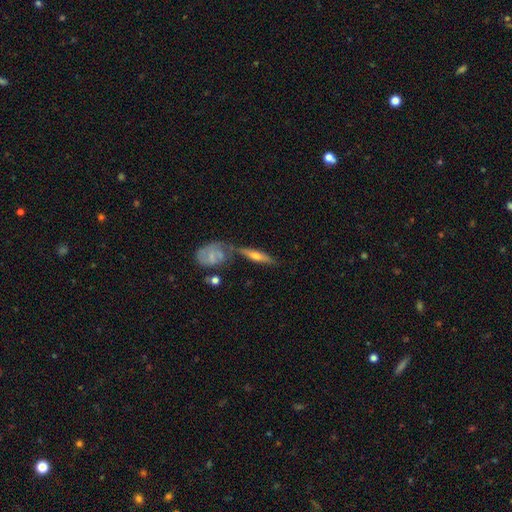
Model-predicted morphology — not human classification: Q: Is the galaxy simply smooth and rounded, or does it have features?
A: featured or disk — 55%.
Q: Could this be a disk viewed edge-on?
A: yes — 80%.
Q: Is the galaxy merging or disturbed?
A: none — 54%.